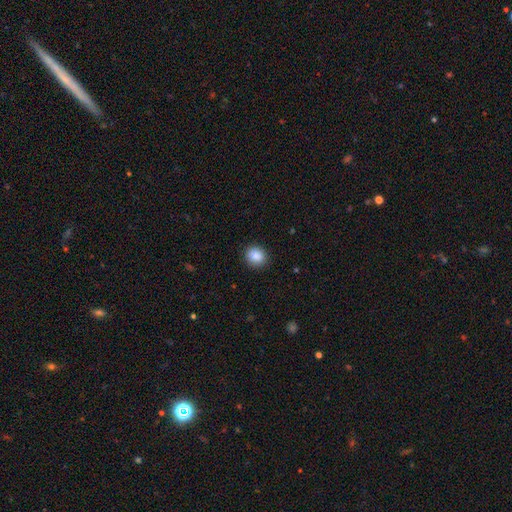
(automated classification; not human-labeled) Q: Smooth or featured?
A: smooth (88%); runner-up: star or artifact (9%)
Q: How rounded?
A: round (61%); runner-up: in between (38%)
Q: Merging?
A: none (88%); runner-up: minor disturbance (9%)